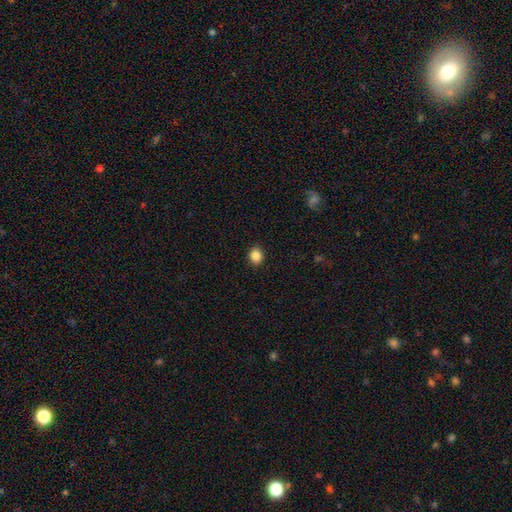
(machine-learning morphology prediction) A smooth galaxy with no disk features (86%) that is round (64%). Merging: none (91%).